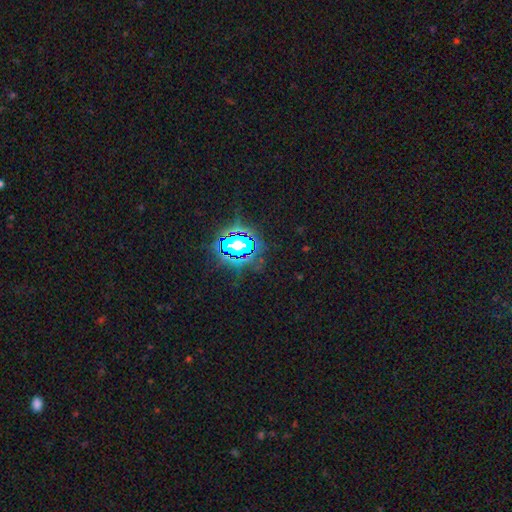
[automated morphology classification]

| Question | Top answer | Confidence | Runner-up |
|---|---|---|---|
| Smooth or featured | star or artifact | 80% | smooth (12%) |